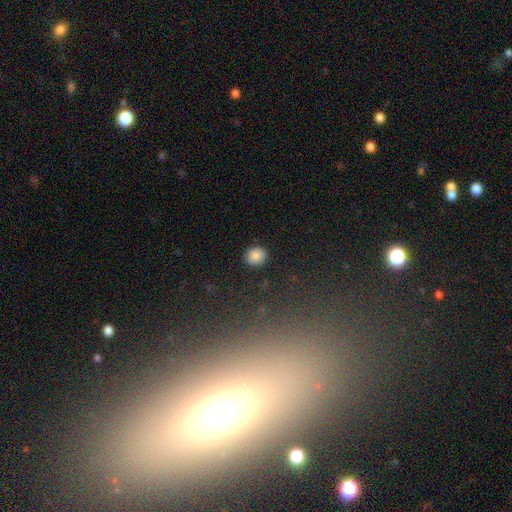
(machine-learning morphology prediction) This appears to be a smooth galaxy with no disk features (86%) that is round (76%). Merging: none (87%).